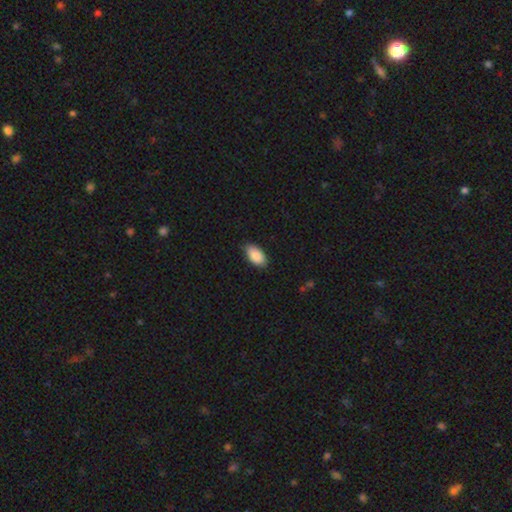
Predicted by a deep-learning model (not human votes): Smooth or featured?
  - smooth: 89% *
  - star or artifact: 6%
  - featured or disk: 5%
How rounded?
  - in between: 95% *
  - round: 3%
  - cigar-shaped: 2%
Merging?
  - none: 84% *
  - minor disturbance: 13%
  - major disturbance: 2%
  - merger: 1%